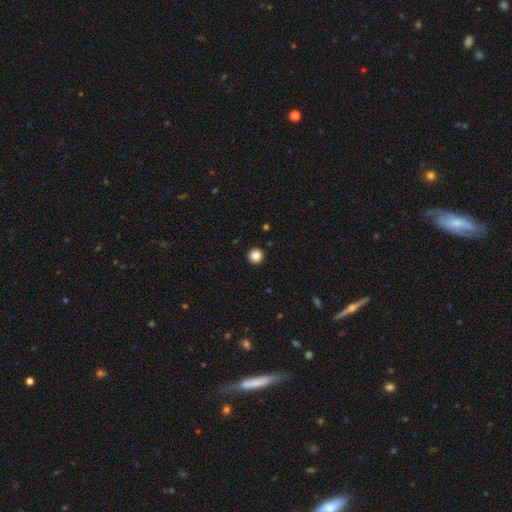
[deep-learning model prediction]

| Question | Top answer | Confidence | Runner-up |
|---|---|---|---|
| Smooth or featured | smooth | 87% | star or artifact (10%) |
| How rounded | round | 95% | in between (4%) |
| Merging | none | 93% | minor disturbance (4%) |